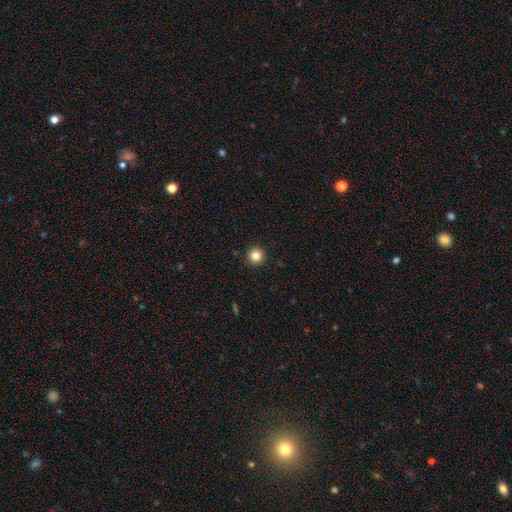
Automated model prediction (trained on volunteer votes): Morphology: type=smooth (83%); roundness=round (96%); merging=none (93%).